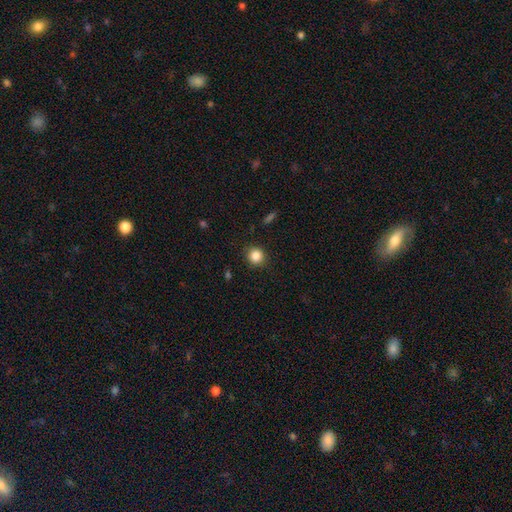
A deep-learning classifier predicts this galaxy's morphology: This is clearly a smooth galaxy (86%). How rounded: clearly round (88%). Merging: clearly none (89%).